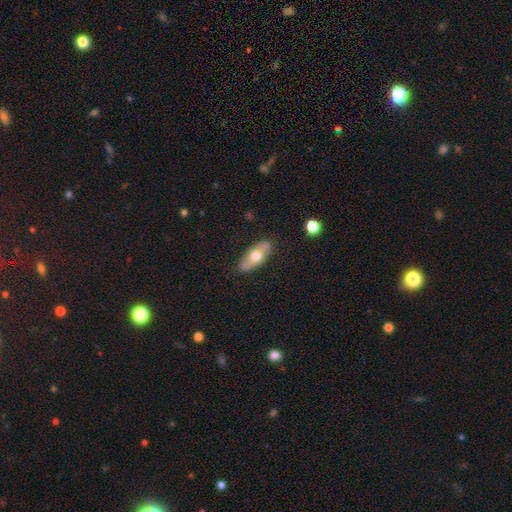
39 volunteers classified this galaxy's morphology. Smooth or featured? smooth (49%, tied with featured or disk)
How rounded? in between (79%)
Merging? none (74%)